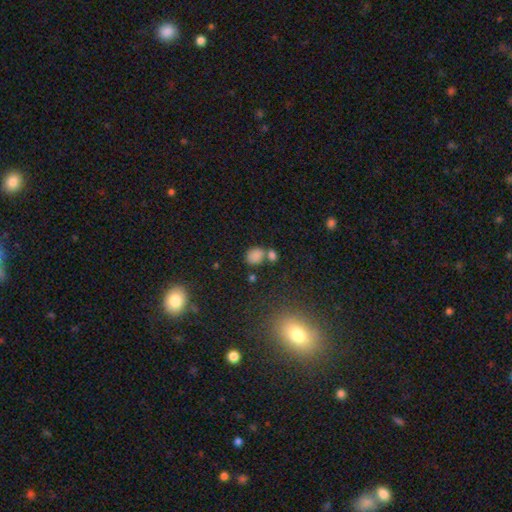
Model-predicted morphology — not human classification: Smooth or featured?
  - smooth: 80% *
  - star or artifact: 14%
  - featured or disk: 6%
How rounded?
  - in between: 51% *
  - round: 48%
  - cigar-shaped: 1%
Merging?
  - none: 53% *
  - merger: 28%
  - minor disturbance: 13%
  - major disturbance: 5%